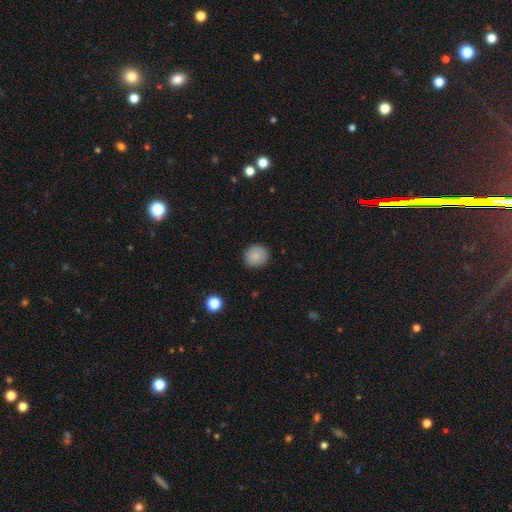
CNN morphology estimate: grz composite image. It shows a smooth galaxy with no disk features (86%) that is round (87%). Merging: none (88%).